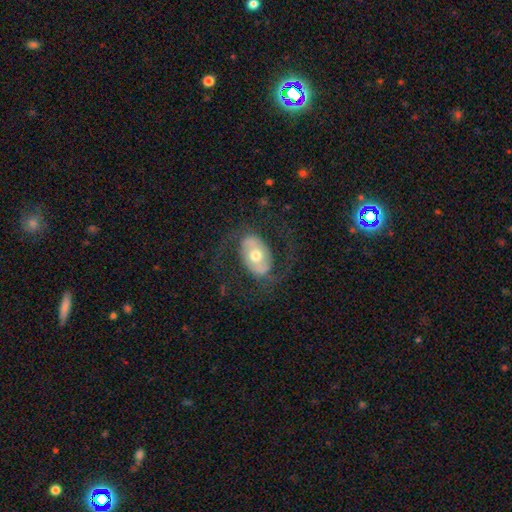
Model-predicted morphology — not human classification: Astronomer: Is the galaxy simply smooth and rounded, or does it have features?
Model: featured or disk — 72%.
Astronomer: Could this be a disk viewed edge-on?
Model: no — 95%.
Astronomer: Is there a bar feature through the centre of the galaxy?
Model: no — 47% (runner-up: weak, 32%).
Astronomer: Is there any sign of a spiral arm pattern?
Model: yes — 78%.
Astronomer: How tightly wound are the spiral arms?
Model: medium — 44% (runner-up: loose, 42%).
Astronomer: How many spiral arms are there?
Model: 2 — 89%.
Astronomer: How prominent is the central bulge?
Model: moderate — 72%.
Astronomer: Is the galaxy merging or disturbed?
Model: none — 72%.